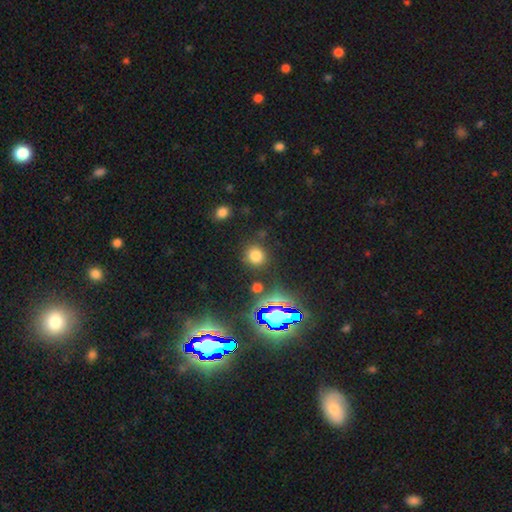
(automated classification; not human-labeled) Smooth or featured?
  - smooth: 71% *
  - star or artifact: 23%
  - featured or disk: 6%
How rounded?
  - round: 85% *
  - in between: 14%
  - cigar-shaped: 1%
Merging?
  - none: 82% *
  - minor disturbance: 10%
  - major disturbance: 4%
  - merger: 4%